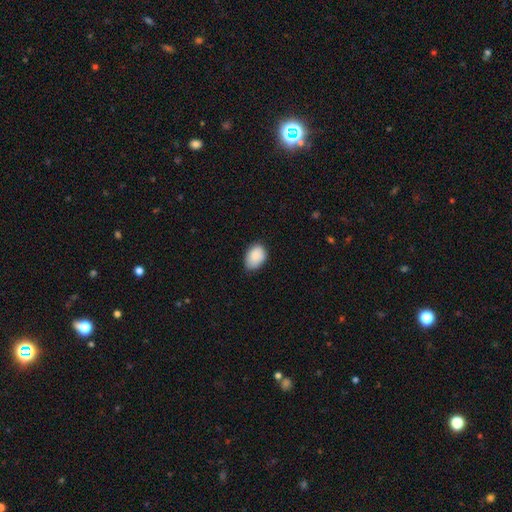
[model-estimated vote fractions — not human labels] Smooth or featured? Predicted: smooth (p=0.89). How rounded? Predicted: in between (p=0.81). Merging? Predicted: none (p=0.65).